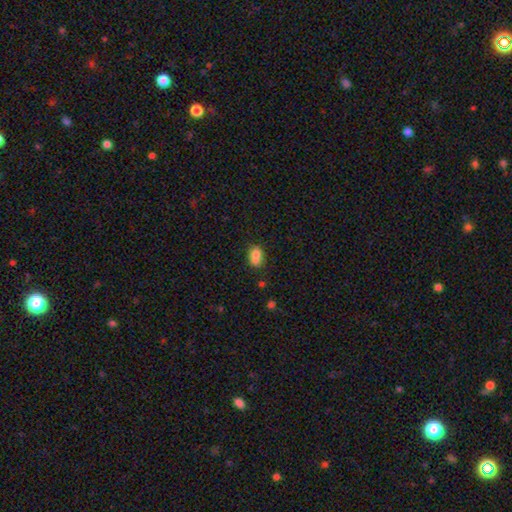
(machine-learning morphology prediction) Smooth or featured? Predicted: smooth (p=0.78). How rounded? Predicted: in between (p=0.74). Merging? Predicted: none (p=0.48).